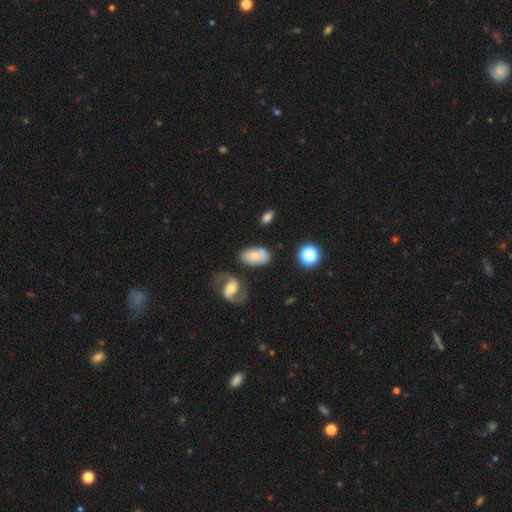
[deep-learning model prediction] Smooth or featured? Predicted: smooth (p=0.61). How rounded? Predicted: in between (p=0.91). Merging? Predicted: none (p=0.63).